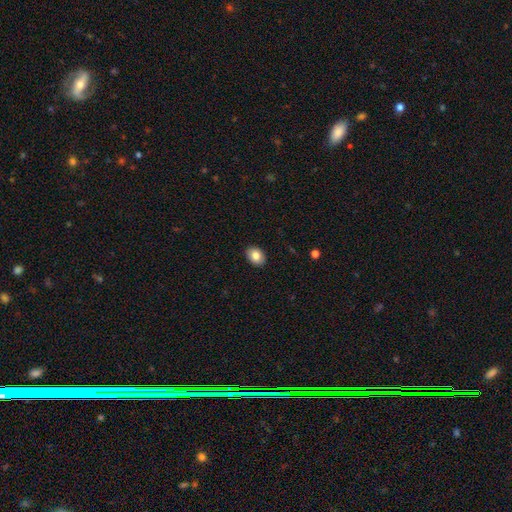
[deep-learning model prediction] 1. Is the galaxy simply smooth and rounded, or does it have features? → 82% smooth, 10% featured or disk, 8% star or artifact.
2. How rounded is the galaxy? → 72% in between, 27% round, 1% cigar-shaped.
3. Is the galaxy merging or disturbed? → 91% none, 7% minor disturbance, 2% major disturbance, 1% merger.